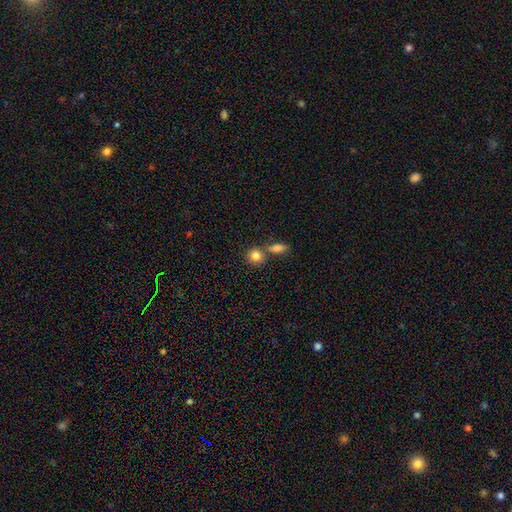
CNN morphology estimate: smooth-or-featured: smooth: 84% | star or artifact: 9% | featured or disk: 7%
  how-rounded: round: 81% | in between: 18% | cigar-shaped: 2%
  merging: none: 58% | merger: 31% | minor disturbance: 9% | major disturbance: 3%